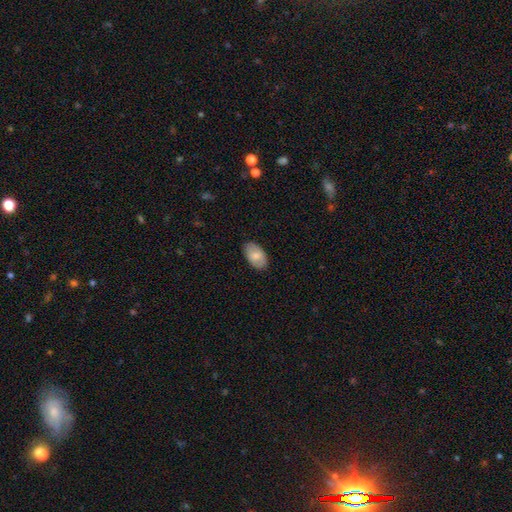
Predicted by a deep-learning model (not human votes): Smooth or featured? smooth (77%)
How rounded? in between (94%)
Merging? none (86%)